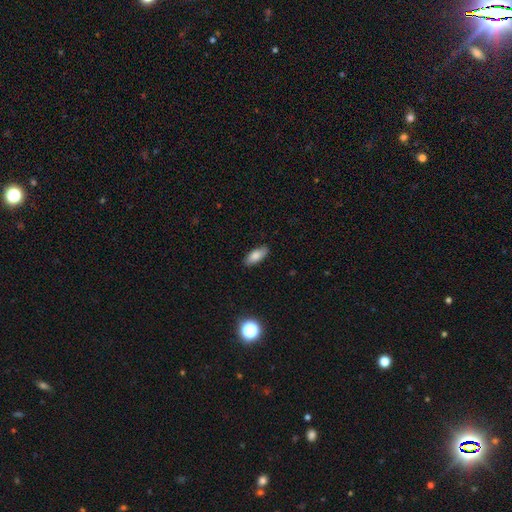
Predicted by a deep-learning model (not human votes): This appears to be a smooth galaxy with no disk features (83%) that is in between round and cigar-shaped (81%). Merging: none (87%).